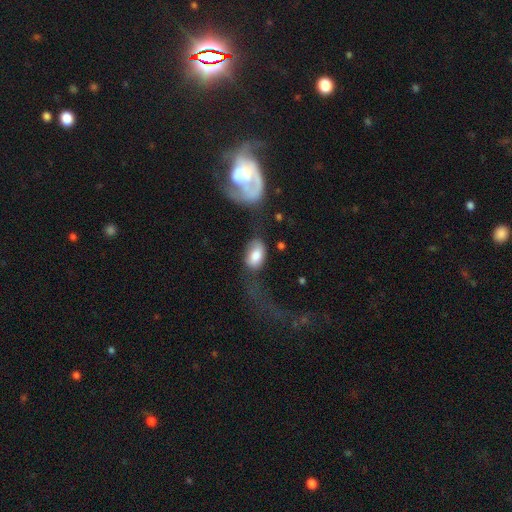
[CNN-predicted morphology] The model was most divided on "merging" (2-way tie): major disturbance: 33%, none: 33%, minor disturbance: 23%, merger: 12%. More confident: how rounded — in between (91%); smooth or featured — smooth (76%).